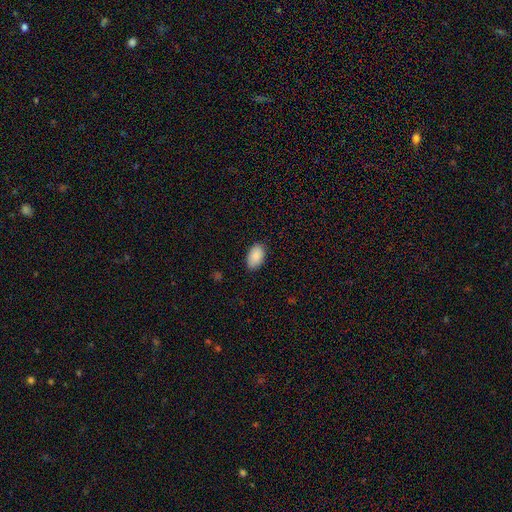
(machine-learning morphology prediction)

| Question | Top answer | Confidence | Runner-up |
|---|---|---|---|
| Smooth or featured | smooth | 89% | star or artifact (7%) |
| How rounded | in between | 93% | round (5%) |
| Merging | none | 87% | minor disturbance (10%) |